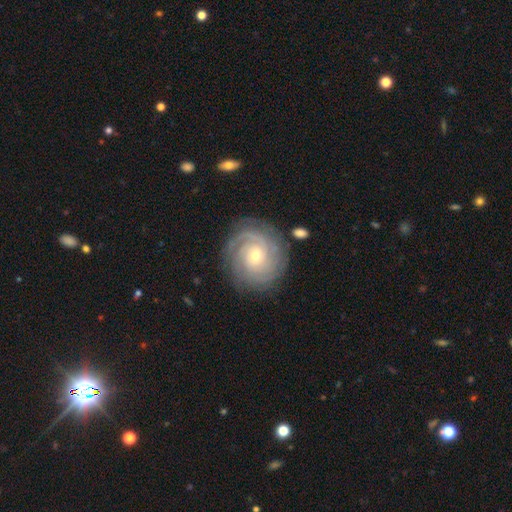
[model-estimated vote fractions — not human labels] smooth-or-featured: featured or disk: 84% | smooth: 10% | star or artifact: 6%
  disk-edge-on: no: 97% | yes: 3%
    bar: no: 65% | weak: 28% | strong: 6%
    has-spiral-arms: yes: 96% | no: 4%
      spiral-winding: tight: 78% | medium: 18% | loose: 4%
      spiral-arm-count: can't tell: 30% | 3: 24% | 4: 18% | 2: 15% | more than 4: 7% | 1: 6%
    bulge-size: small: 59% | moderate: 37% | large: 2% | none: 1% | dominant: 1%
  merging: none: 82% | minor disturbance: 12% | major disturbance: 4% | merger: 2%